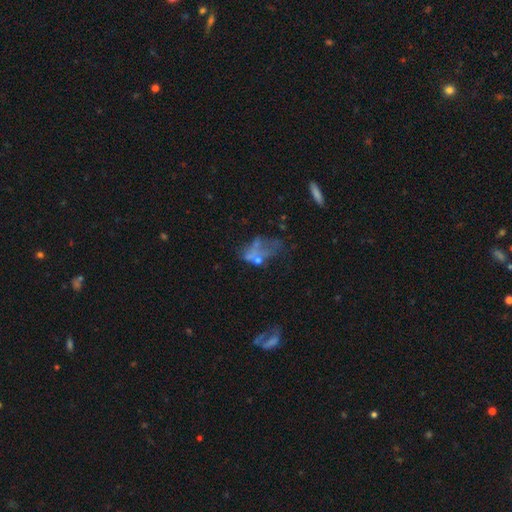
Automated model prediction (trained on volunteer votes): Q: Smooth or featured?
A: featured or disk (46%); runner-up: smooth (37%)
Q: Merging?
A: major disturbance (39%); runner-up: merger (24%)